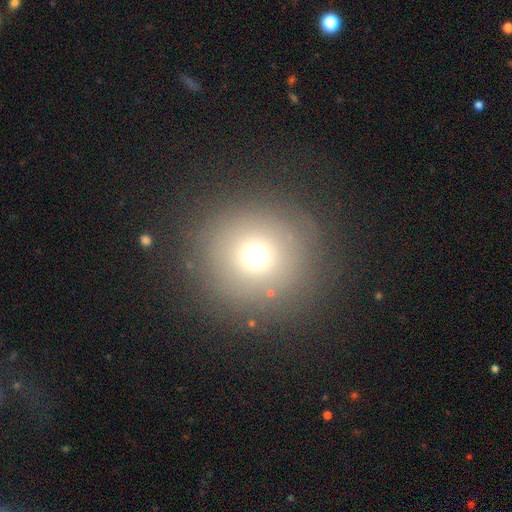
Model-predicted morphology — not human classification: Smooth or featured?
  - smooth: 69% *
  - star or artifact: 18%
  - featured or disk: 12%
How rounded?
  - round: 94% *
  - in between: 5%
  - cigar-shaped: 1%
Merging?
  - none: 86% *
  - minor disturbance: 8%
  - major disturbance: 4%
  - merger: 2%